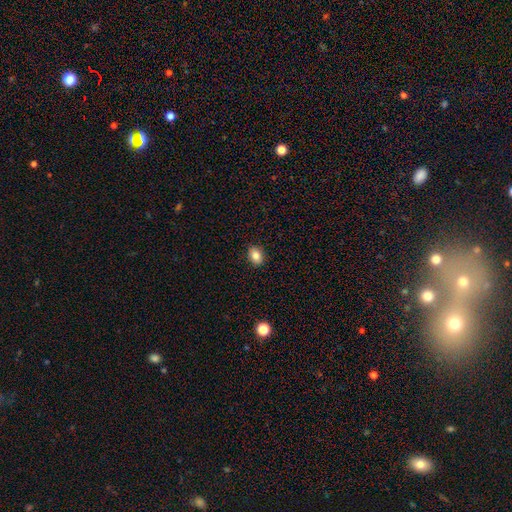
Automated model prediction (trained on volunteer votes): This is clearly a smooth galaxy (85%). How rounded: likely in between (65%). Merging: clearly none (90%).